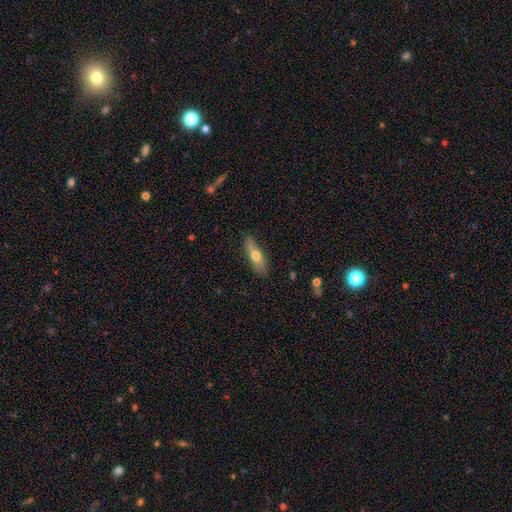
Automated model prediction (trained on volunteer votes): Overall: smooth (60%; featured or disk 33%). How rounded: cigar-shaped (61%; in between 36%). Merging: none (85%).